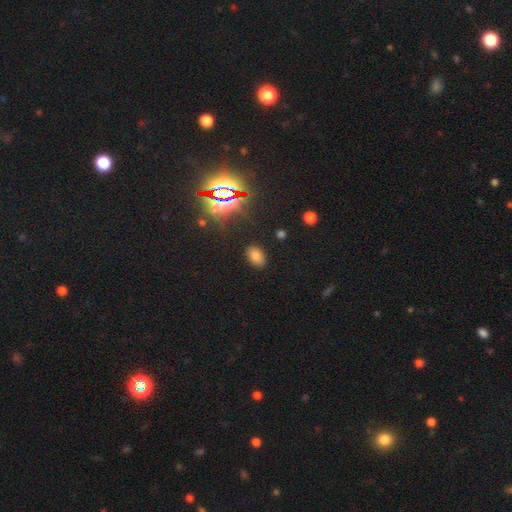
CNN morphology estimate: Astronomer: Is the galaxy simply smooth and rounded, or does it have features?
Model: smooth — 72%.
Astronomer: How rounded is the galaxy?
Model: in between — 87%.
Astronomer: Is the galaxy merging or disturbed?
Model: none — 86%.